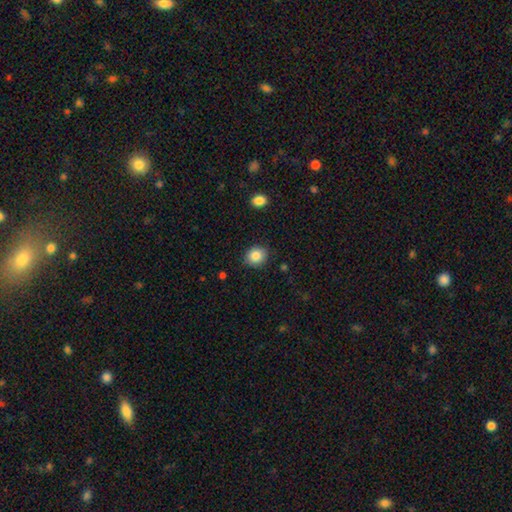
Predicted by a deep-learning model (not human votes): A smooth galaxy with no disk features (86%) that is round (70%). Merging: none (87%).